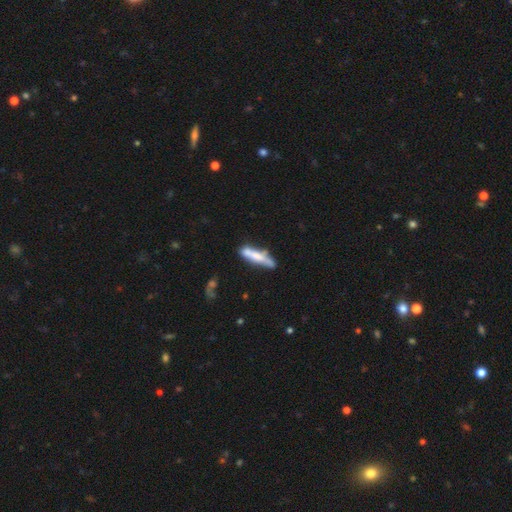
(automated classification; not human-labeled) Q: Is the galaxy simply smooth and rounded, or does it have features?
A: smooth — 58%.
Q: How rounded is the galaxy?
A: cigar-shaped — 81%.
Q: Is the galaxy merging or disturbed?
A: none — 56%.